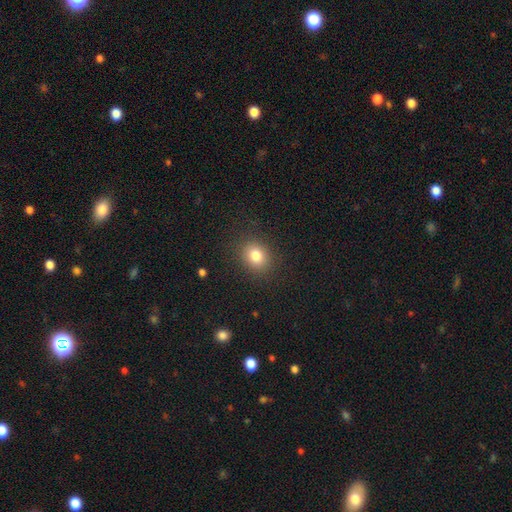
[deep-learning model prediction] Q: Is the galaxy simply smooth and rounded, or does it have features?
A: smooth — 81%.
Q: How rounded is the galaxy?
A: round — 59%.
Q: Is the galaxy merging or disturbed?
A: none — 87%.